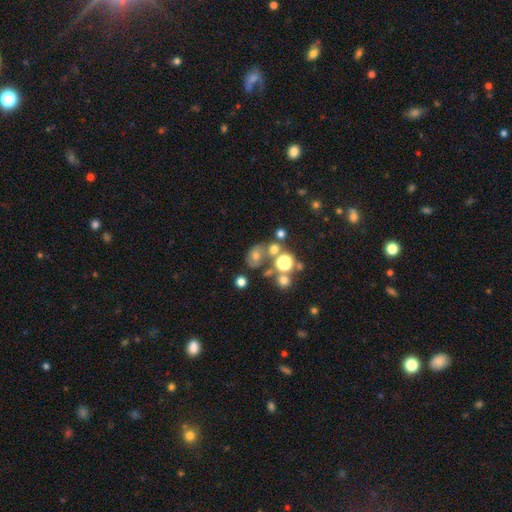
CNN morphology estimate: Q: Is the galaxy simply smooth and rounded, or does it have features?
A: smooth — 56%.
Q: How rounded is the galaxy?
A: in between — 49%, tied with round.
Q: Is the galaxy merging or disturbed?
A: none — 46%.